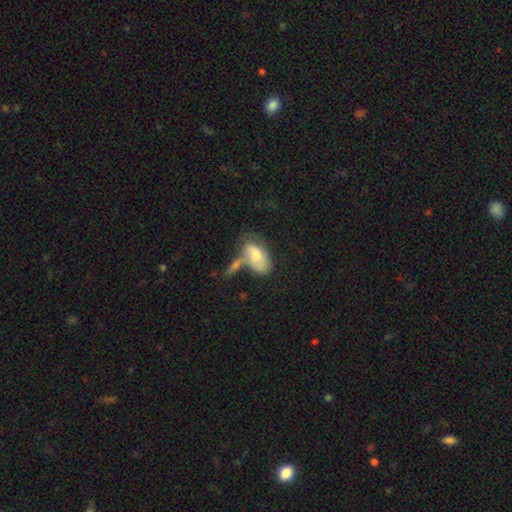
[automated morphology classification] The model was most divided on "merging": merger: 39%, none: 26%, minor disturbance: 18%, major disturbance: 17%. More confident: how rounded — in between (92%); smooth or featured — smooth (65%).